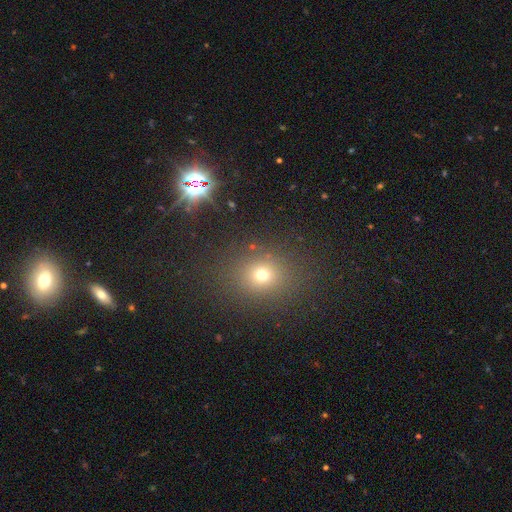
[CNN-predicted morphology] Smooth or featured? Predicted: smooth (p=0.58). How rounded? Predicted: round (p=0.59). Merging? Predicted: none (p=0.87).